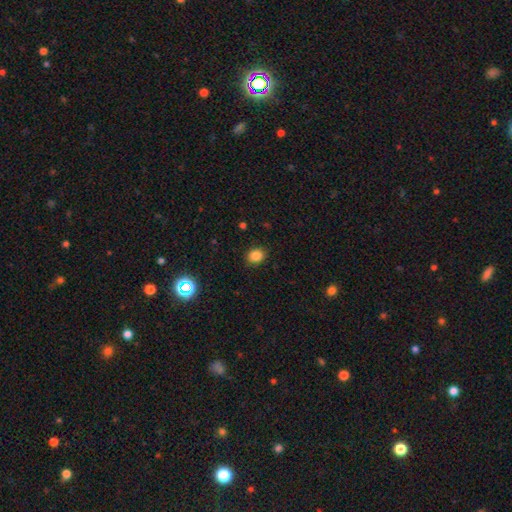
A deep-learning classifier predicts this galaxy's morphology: Q: Smooth or featured?
A: smooth (84%); runner-up: star or artifact (12%)
Q: How rounded?
A: in between (51%); runner-up: round (48%)
Q: Merging?
A: none (87%); runner-up: minor disturbance (10%)